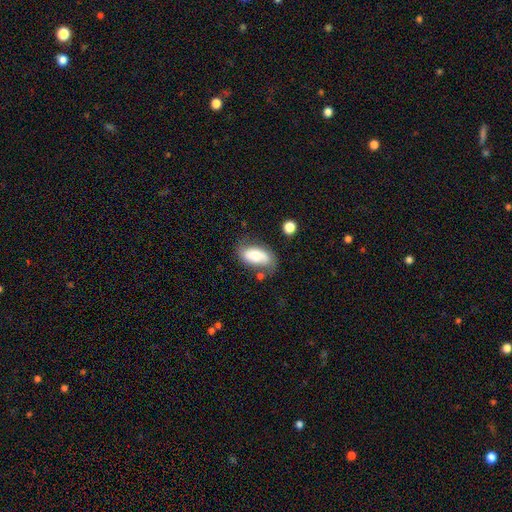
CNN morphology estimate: A smooth galaxy with no disk features (57%) that is in between round and cigar-shaped (91%).

Vote fractions:
- Smooth or featured? smooth: 57% / featured or disk: 36% / star or artifact: 8%
- How rounded? in between: 91% / cigar-shaped: 5% / round: 4%
- Merging? none: 56% / minor disturbance: 26% / major disturbance: 10% / merger: 8%